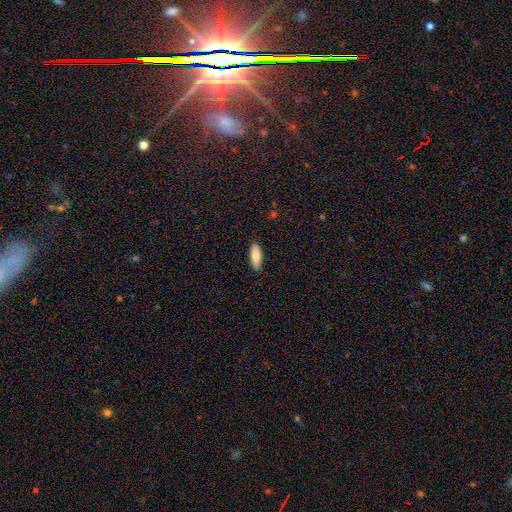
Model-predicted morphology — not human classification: The model was most divided on "how rounded": in between: 68%, cigar-shaped: 30%, round: 2%. More confident: merging — none (89%); smooth or featured — smooth (79%).